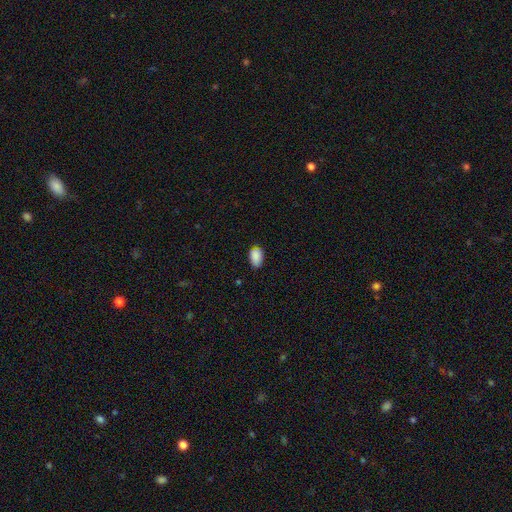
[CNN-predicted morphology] This appears to be a smooth galaxy with no disk features (88%) that is in between round and cigar-shaped (89%). Merging: none (73%).